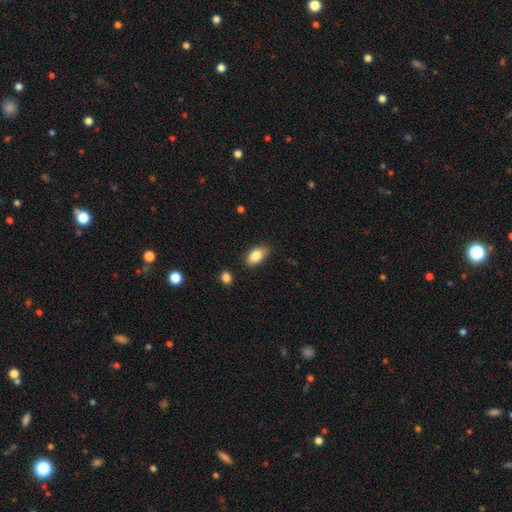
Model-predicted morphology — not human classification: The model was most divided on "merging": none: 80%, minor disturbance: 15%, major disturbance: 3%, merger: 2%. More confident: how rounded — in between (90%); smooth or featured — smooth (83%).